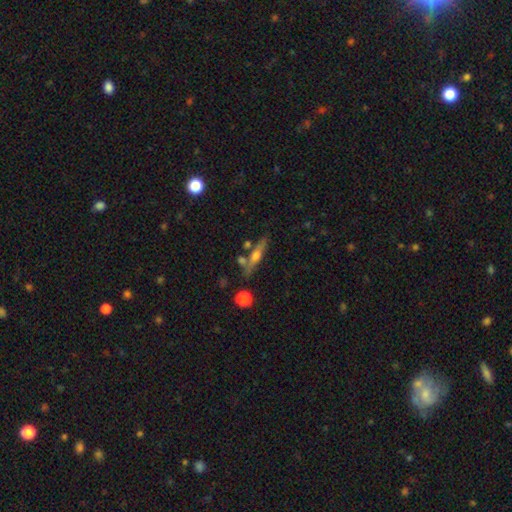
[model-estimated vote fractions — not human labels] Smooth or featured? Predicted: featured or disk (p=0.56). Edge-on disk? Predicted: yes (p=0.92). Edge-on bulge? Predicted: rounded (p=0.86). Merging? Predicted: none (p=0.72).